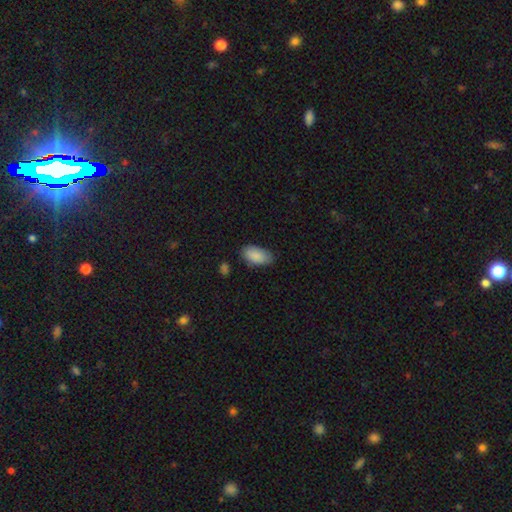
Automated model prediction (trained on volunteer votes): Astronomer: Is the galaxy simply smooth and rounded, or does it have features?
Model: smooth — 89%.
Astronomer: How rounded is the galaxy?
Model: in between — 94%.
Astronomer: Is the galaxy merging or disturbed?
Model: none — 80%.